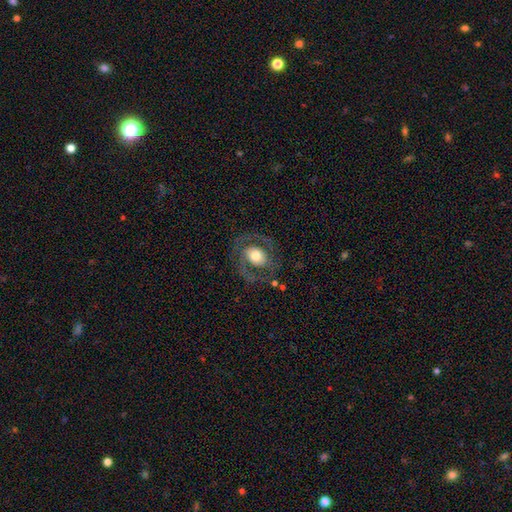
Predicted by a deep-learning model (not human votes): Morphology: type=featured or disk (68%); edge-on=no (97%); bar=no (68%); spiral arms=yes (74%); bulge=moderate (57%); merging=none (72%).